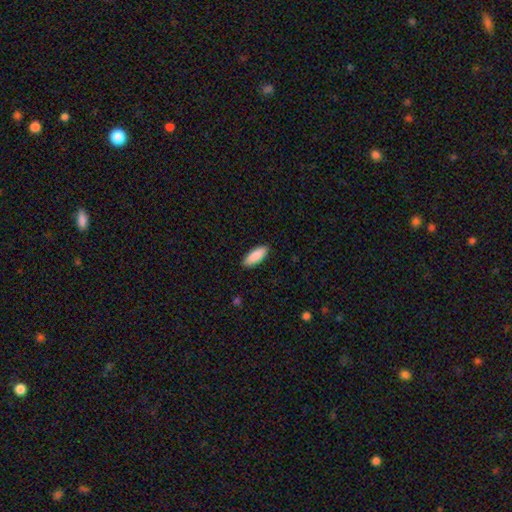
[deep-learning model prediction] Overall: smooth (90%). How rounded: in between (73%). Merging: none (90%).